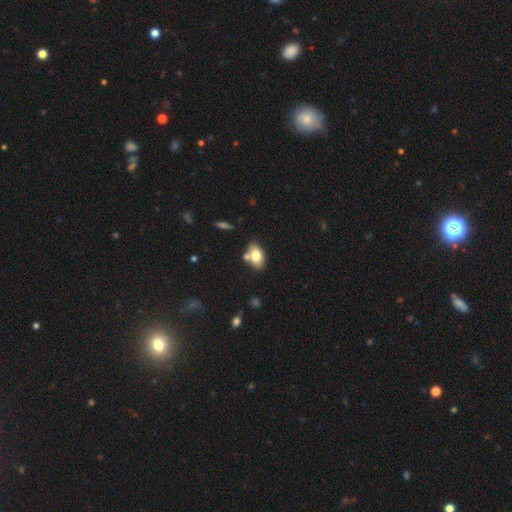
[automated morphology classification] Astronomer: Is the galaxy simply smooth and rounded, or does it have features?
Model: smooth — 76%.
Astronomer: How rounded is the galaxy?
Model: in between — 88%.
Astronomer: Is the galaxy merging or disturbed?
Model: none — 64%.